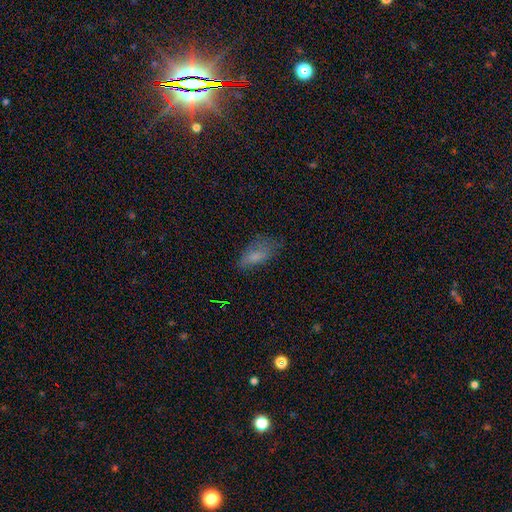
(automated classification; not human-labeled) A smooth galaxy with no disk features (72%) that is in between round and cigar-shaped (83%). Merging: none (51%).